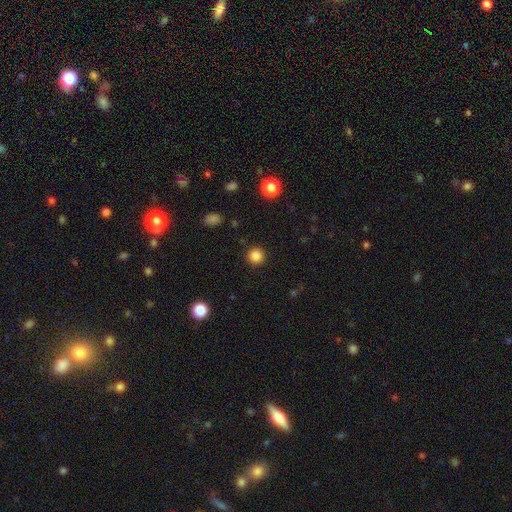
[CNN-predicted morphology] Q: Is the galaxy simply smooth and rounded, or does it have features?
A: smooth — 84%.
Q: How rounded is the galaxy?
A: round — 94%.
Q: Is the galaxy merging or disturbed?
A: none — 91%.